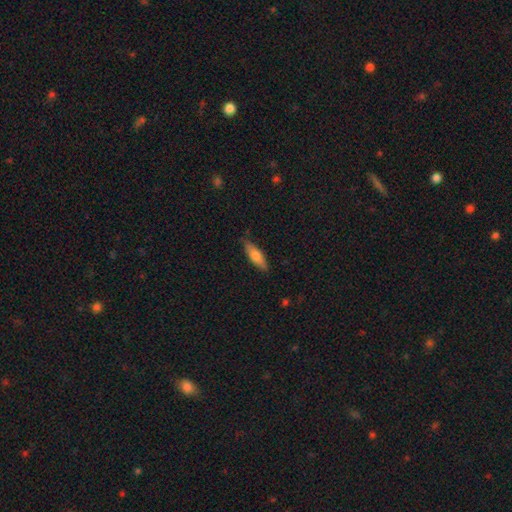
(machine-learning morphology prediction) Smooth or featured? Predicted: smooth (p=0.67). How rounded? Predicted: cigar-shaped (p=0.55). Merging? Predicted: none (p=0.84).